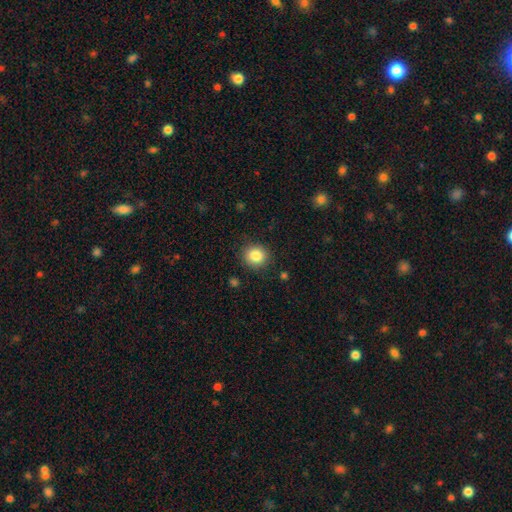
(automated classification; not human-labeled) smooth 85%, star or artifact 10%, featured or disk 5%. Down the decision tree: how rounded — round (83%); merging — none (88%).